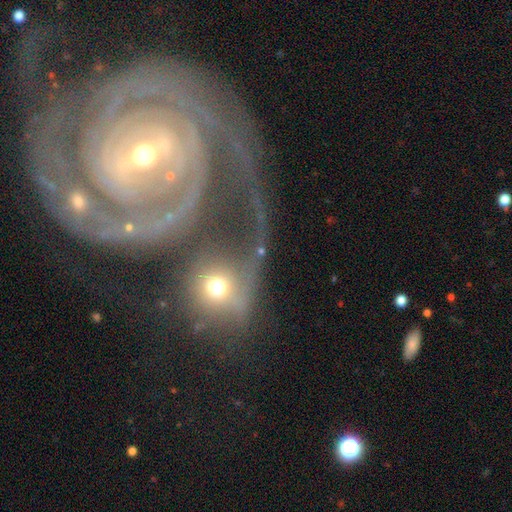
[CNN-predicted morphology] A featured or disk galaxy (75%) with no bar (37%), 2 (52%) tight (60%) spiral arms (92%) and a small central bulge (50%). Merging: none (45%).